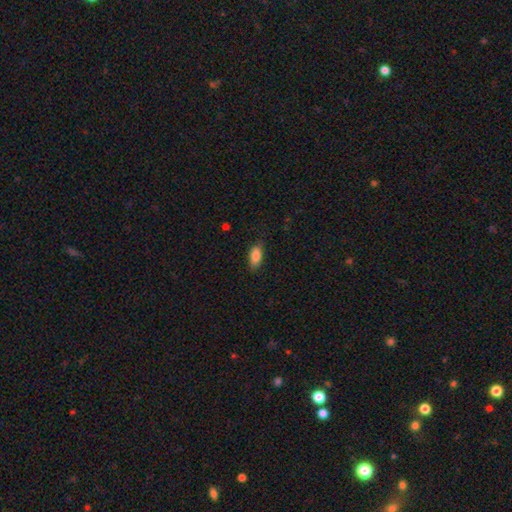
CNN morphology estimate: Smooth or featured?
  - smooth: 86% *
  - star or artifact: 7%
  - featured or disk: 7%
How rounded?
  - in between: 87% *
  - cigar-shaped: 10%
  - round: 3%
Merging?
  - none: 81% *
  - minor disturbance: 15%
  - major disturbance: 3%
  - merger: 1%